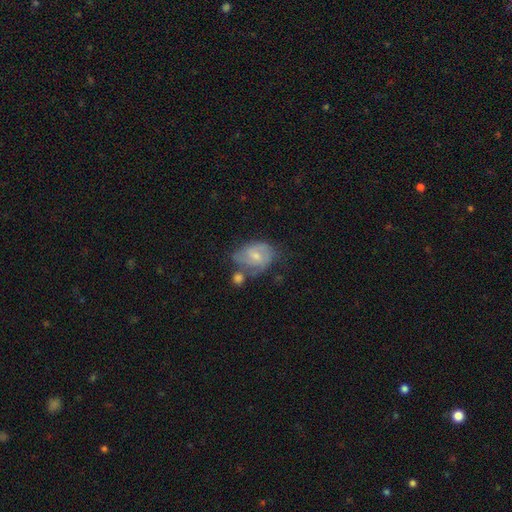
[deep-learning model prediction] Smooth or featured? Predicted: featured or disk (p=0.60). Edge-on disk? Predicted: no (p=0.97). Bar? Predicted: weak (p=0.48). Spiral arms? Predicted: yes (p=0.82). Bulge size? Predicted: small (p=0.52). Merging? Predicted: none (p=0.42).